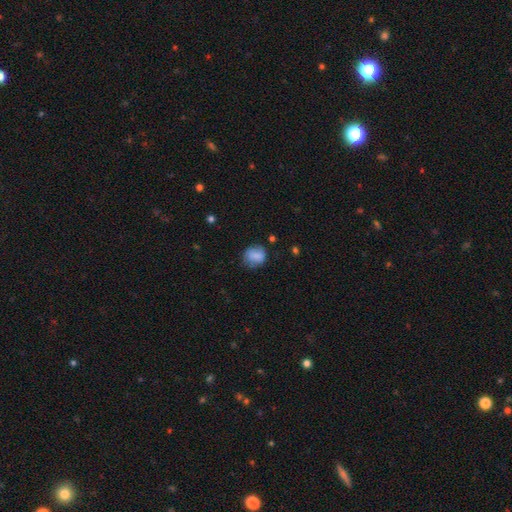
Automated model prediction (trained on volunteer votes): This appears to be a smooth galaxy with no disk features (78%) that is round (71%). Merging: none (65%).